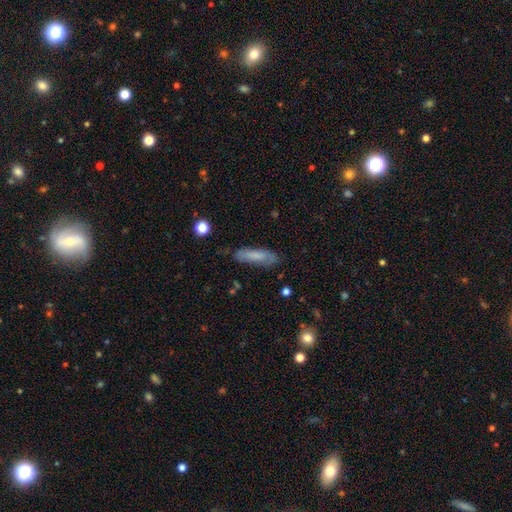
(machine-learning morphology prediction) smooth_or_featured: smooth (p=0.71) [alt: featured or disk p=0.22]
how_rounded: cigar-shaped (p=0.64) [alt: in between p=0.34]
merging: none (p=0.76) [alt: minor disturbance p=0.18]